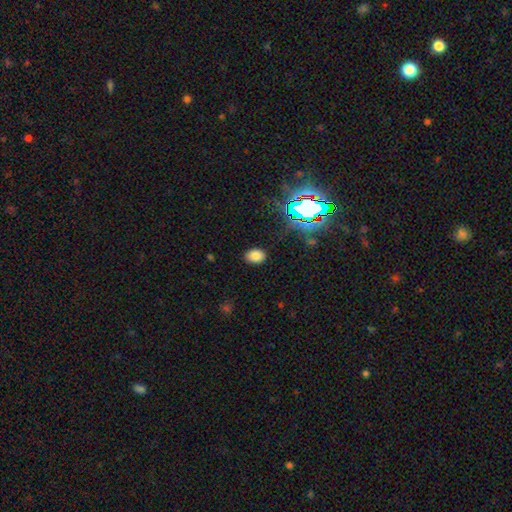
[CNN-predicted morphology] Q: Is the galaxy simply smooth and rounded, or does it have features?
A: smooth — 76%.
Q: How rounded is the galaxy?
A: in between — 71%.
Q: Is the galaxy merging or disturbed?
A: none — 86%.